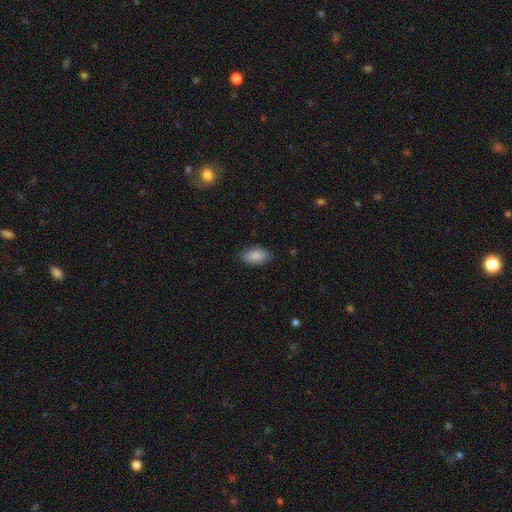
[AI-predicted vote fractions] smooth 88%, star or artifact 7%, featured or disk 6%. Down the decision tree: how rounded — in between (93%); merging — none (82%).